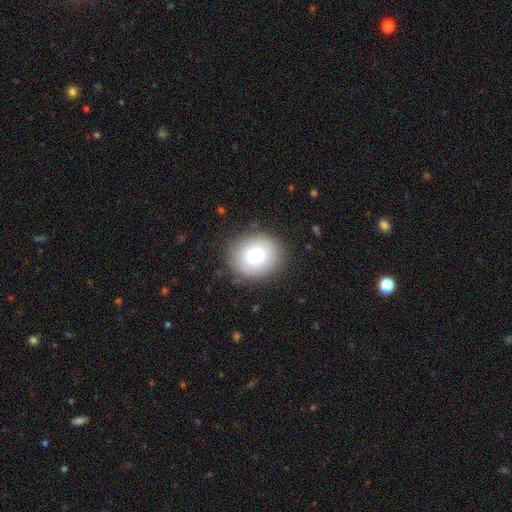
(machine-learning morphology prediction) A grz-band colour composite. It shows a smooth galaxy with no disk features (74%) that is round (79%). Merging: none (86%).